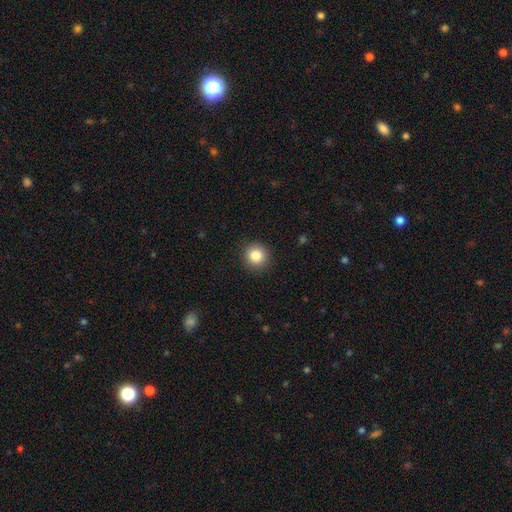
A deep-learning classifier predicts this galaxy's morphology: A smooth galaxy with no disk features (85%) that is round (93%).

Vote fractions:
- Smooth or featured? smooth: 85% / star or artifact: 10% / featured or disk: 5%
- How rounded? round: 93% / in between: 6% / cigar-shaped: 1%
- Merging? none: 91% / minor disturbance: 6% / major disturbance: 2% / merger: 1%